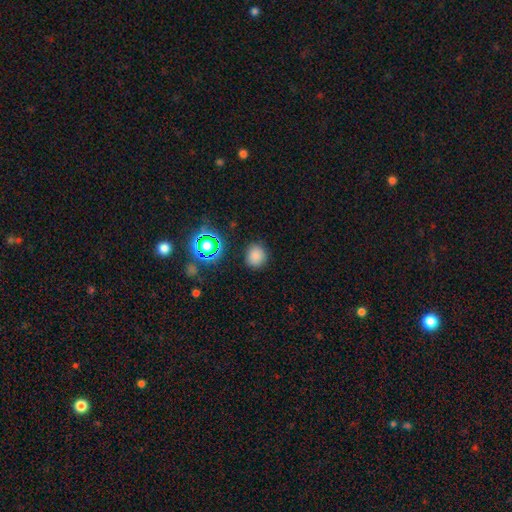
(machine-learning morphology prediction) type=smooth (78%); roundness=round (82%); merging=none (85%).